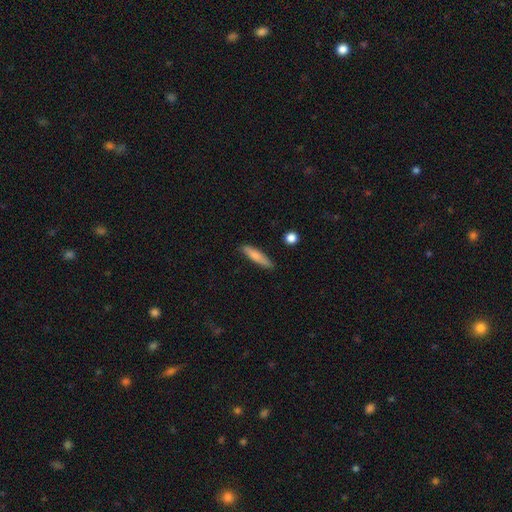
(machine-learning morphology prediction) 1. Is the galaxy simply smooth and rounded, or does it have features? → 77% smooth, 17% featured or disk, 6% star or artifact.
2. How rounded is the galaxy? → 82% cigar-shaped, 17% in between, 2% round.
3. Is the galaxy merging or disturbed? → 85% none, 11% minor disturbance, 2% major disturbance, 2% merger.